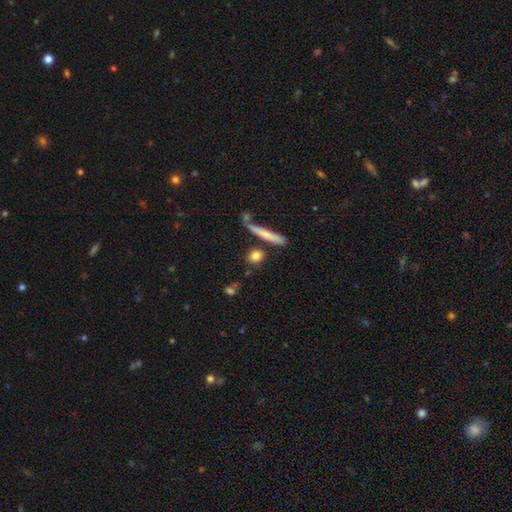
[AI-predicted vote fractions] This is likely a smooth galaxy (79%). How rounded: possibly round (50%). Merging: likely none (75%).